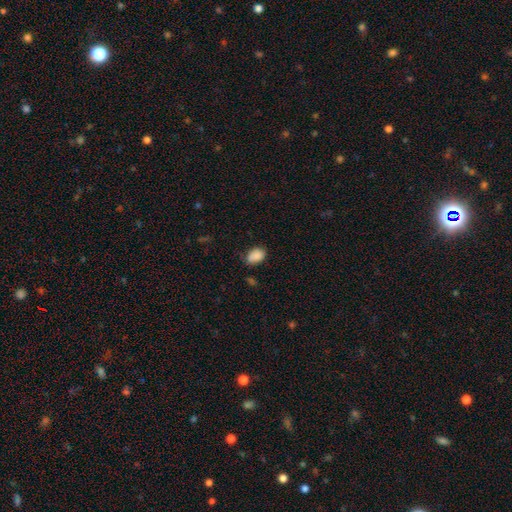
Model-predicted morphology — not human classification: Q: Smooth or featured?
A: smooth (88%); runner-up: star or artifact (8%)
Q: How rounded?
A: in between (84%); runner-up: round (14%)
Q: Merging?
A: none (67%); runner-up: minor disturbance (26%)